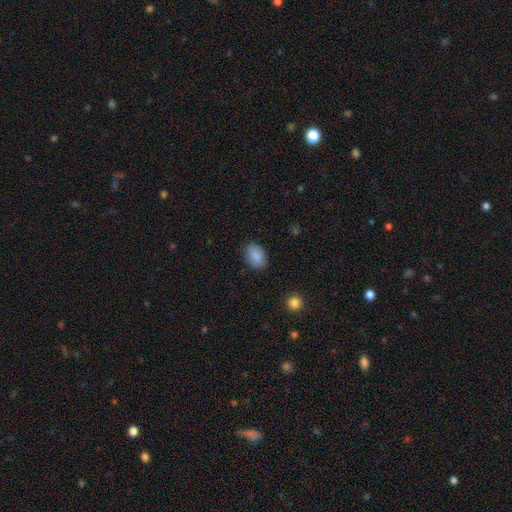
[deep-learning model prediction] Smooth or featured: smooth — 88% (star or artifact — 7%)
How rounded: in between — 85% (round — 14%)
Merging: none — 86% (minor disturbance — 11%)